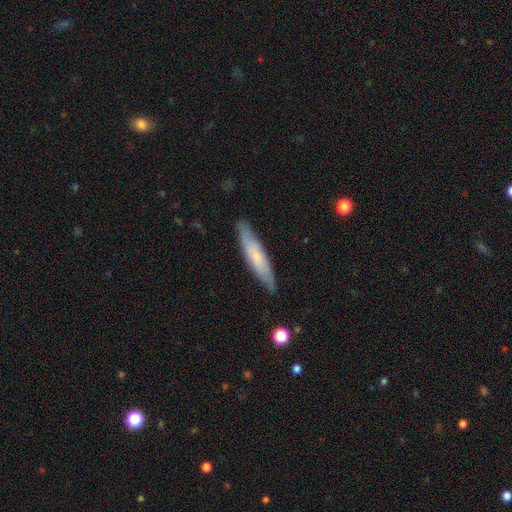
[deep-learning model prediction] Overall: smooth (58%; featured or disk 36%). How rounded: cigar-shaped (85%). Merging: none (85%).